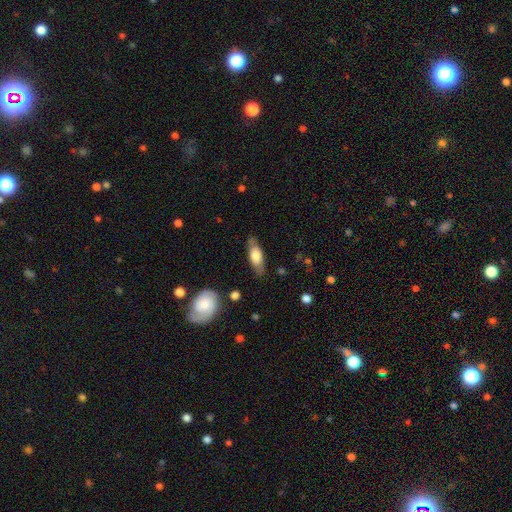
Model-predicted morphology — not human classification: A smooth galaxy with no disk features (61%) that is in between round and cigar-shaped (67%). Merging: none (76%).